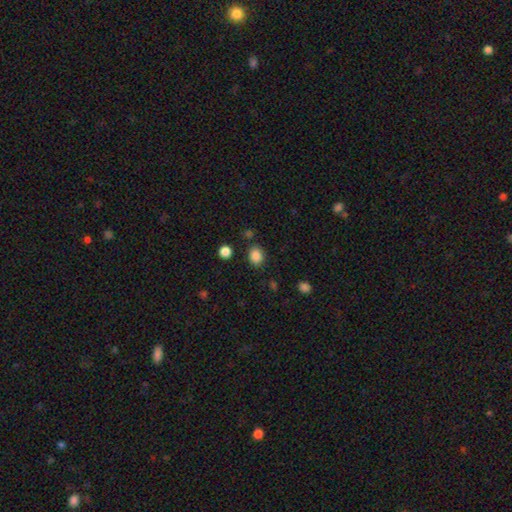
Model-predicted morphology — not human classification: Smooth or featured: smooth — 86% (star or artifact — 11%)
How rounded: round — 50% (in between — 49%)
Merging: none — 83% (minor disturbance — 10%)